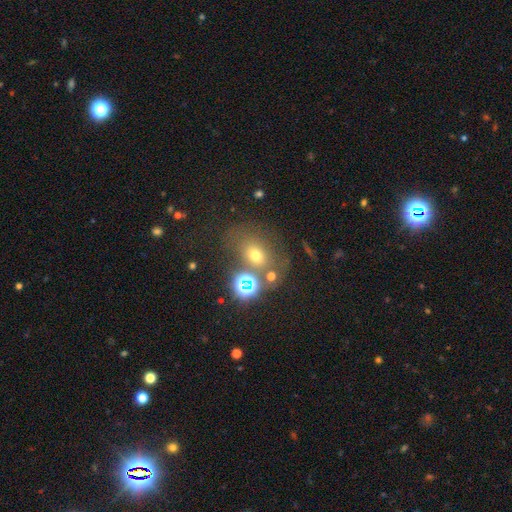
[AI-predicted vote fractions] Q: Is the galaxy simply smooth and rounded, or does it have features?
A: smooth — 57%.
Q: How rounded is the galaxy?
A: in between — 53%.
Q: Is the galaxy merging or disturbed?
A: none — 57%.